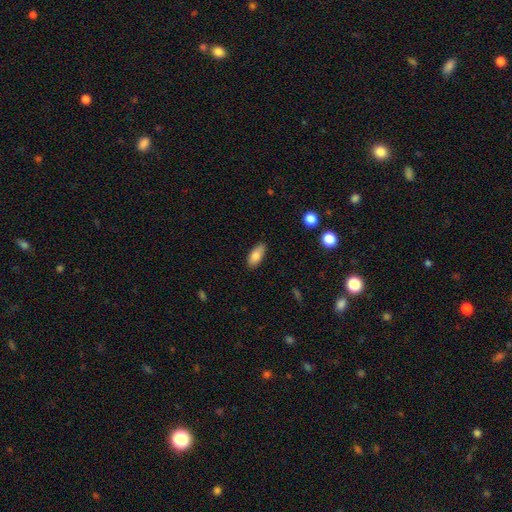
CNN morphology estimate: The model was most divided on "merging": none: 82%, minor disturbance: 14%, major disturbance: 2%, merger: 1%. More confident: how rounded — in between (86%); smooth or featured — smooth (82%).